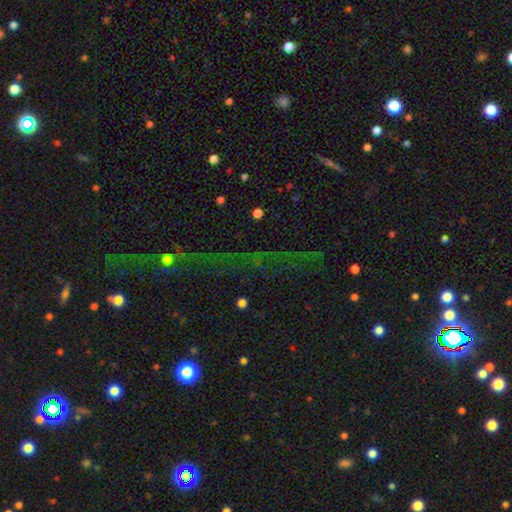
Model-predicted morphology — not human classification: Smooth or featured? star or artifact (72%)